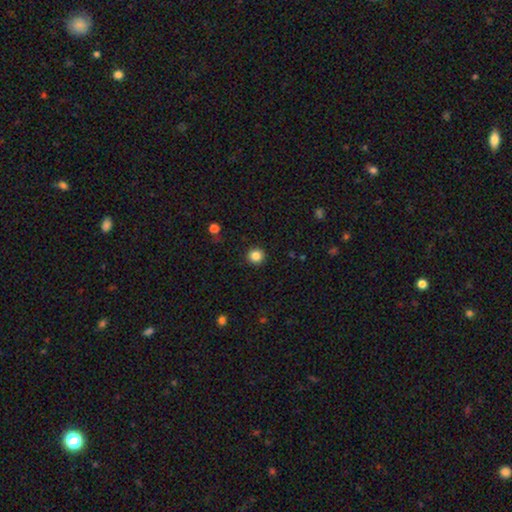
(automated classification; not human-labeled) A smooth galaxy with no disk features (85%) that is round (95%).

Vote fractions:
- Smooth or featured? smooth: 85% / star or artifact: 11% / featured or disk: 4%
- How rounded? round: 95% / in between: 4% / cigar-shaped: 1%
- Merging? none: 93% / minor disturbance: 5% / major disturbance: 2% / merger: 1%